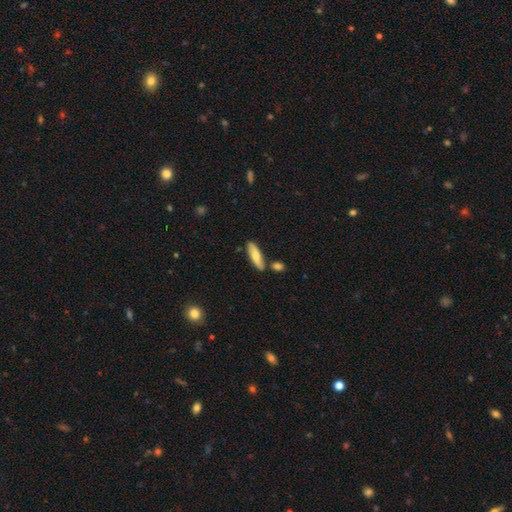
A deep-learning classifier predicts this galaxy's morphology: Smooth or featured: smooth — 70% (featured or disk — 25%)
How rounded: cigar-shaped — 57% (in between — 41%)
Merging: none — 73% (minor disturbance — 14%)